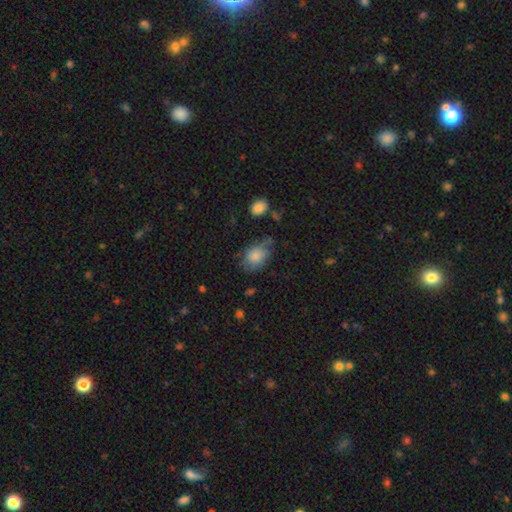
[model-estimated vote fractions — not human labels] Overall: smooth (80%). How rounded: in between (64%; round 35%). Merging: none (51%; minor disturbance 32%).